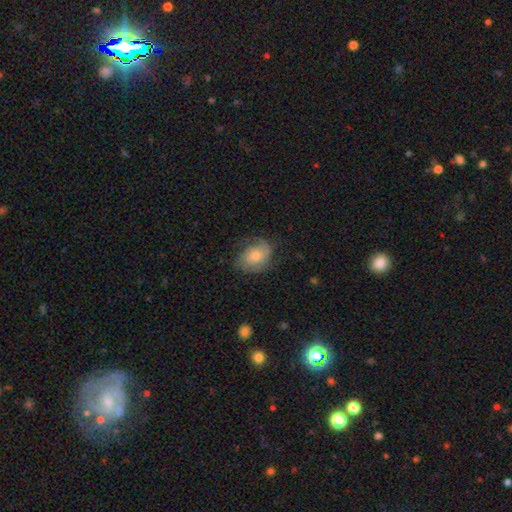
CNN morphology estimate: smooth_or_featured: featured or disk (p=0.47) [alt: smooth p=0.44]
merging: none (p=0.64) [alt: minor disturbance p=0.24]